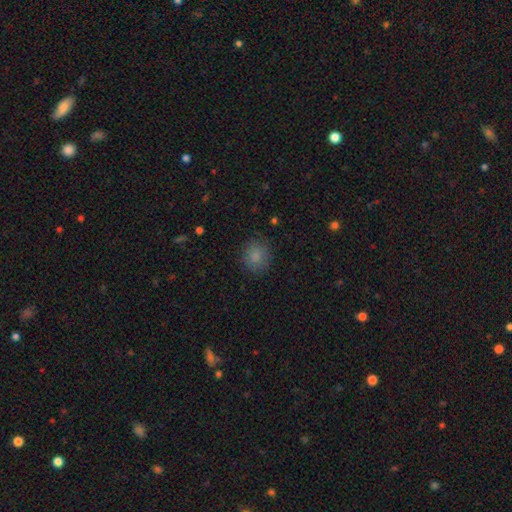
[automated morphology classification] This is clearly a smooth galaxy (84%). How rounded: clearly round (82%). Merging: clearly none (84%).